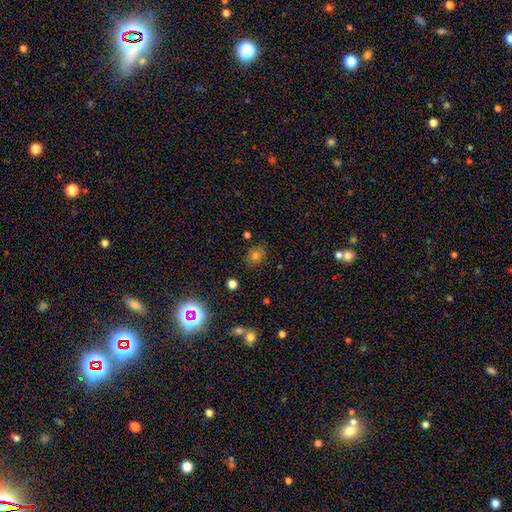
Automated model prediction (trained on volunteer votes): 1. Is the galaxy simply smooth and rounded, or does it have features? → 72% smooth, 18% star or artifact, 10% featured or disk.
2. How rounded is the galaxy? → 62% round, 37% in between, 1% cigar-shaped.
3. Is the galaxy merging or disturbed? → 82% none, 13% minor disturbance, 3% major disturbance, 2% merger.